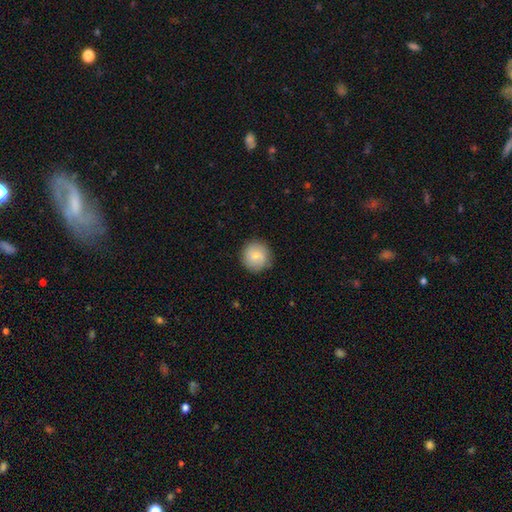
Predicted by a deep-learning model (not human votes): Morphology: type=smooth (73%); roundness=round (94%); merging=none (86%).